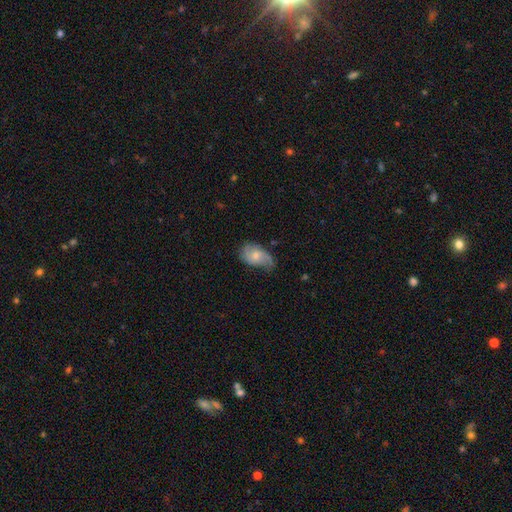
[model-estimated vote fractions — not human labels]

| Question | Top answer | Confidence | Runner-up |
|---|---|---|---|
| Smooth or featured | smooth | 52% | featured or disk (41%) |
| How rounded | in between | 89% | round (9%) |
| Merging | none | 44% | minor disturbance (39%) |